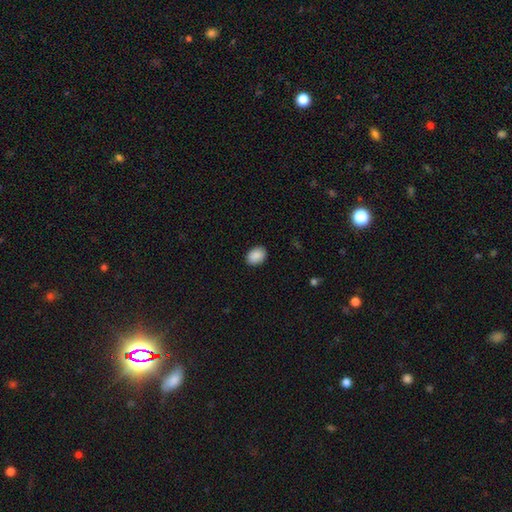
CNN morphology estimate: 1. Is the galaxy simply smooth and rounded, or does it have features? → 90% smooth, 7% star or artifact, 3% featured or disk.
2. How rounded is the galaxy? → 77% in between, 22% round, 1% cigar-shaped.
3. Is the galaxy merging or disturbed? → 89% none, 8% minor disturbance, 2% major disturbance, 1% merger.